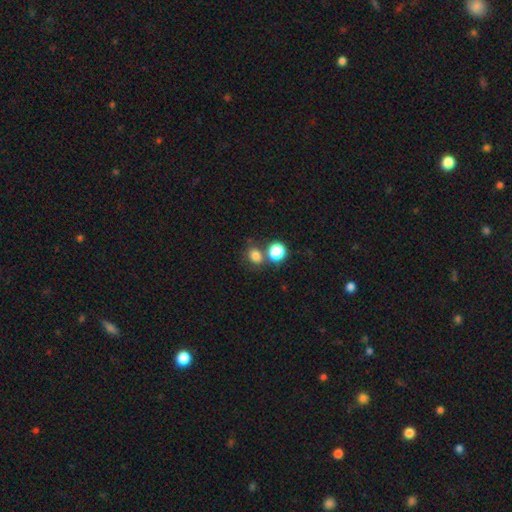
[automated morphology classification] A smooth galaxy with no disk features (78%) that is round (50%).

Vote fractions:
- Smooth or featured? smooth: 78% / star or artifact: 15% / featured or disk: 7%
- How rounded? round: 50% / in between: 49% / cigar-shaped: 1%
- Merging? none: 60% / merger: 24% / minor disturbance: 12% / major disturbance: 5%